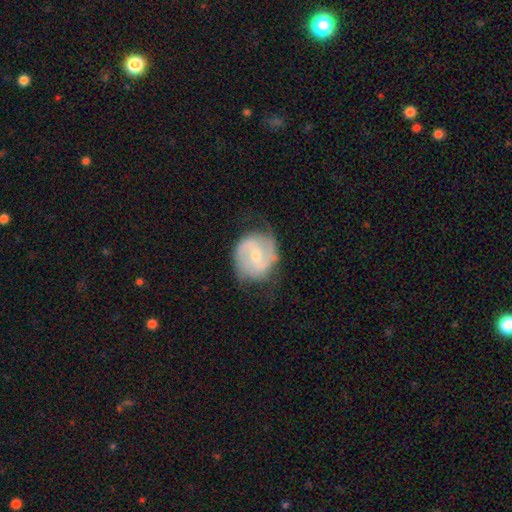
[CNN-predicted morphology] Overall: featured or disk (73%). Edge-on disk: no (97%). Bar: weak (50%; no 35%). Spiral arms: yes (89%). Spiral arm count: 2 (80%). Spiral winding: medium (46%; tight 33%). Bulge size: moderate (52%; small 44%). Merging: none (66%).